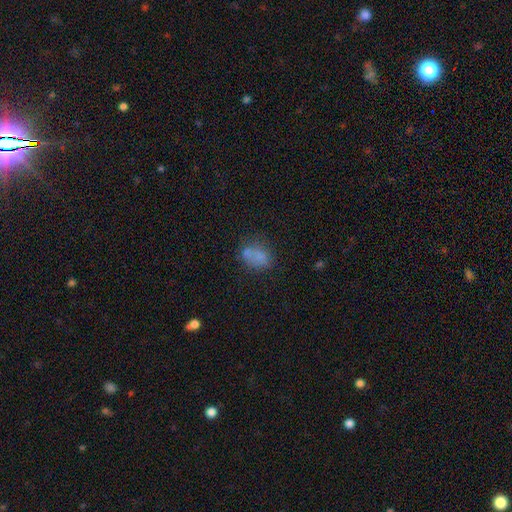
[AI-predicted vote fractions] The model was most divided on "merging": none: 48%, merger: 21%, minor disturbance: 21%, major disturbance: 10%. More confident: smooth or featured — smooth (68%); how rounded — in between (67%).